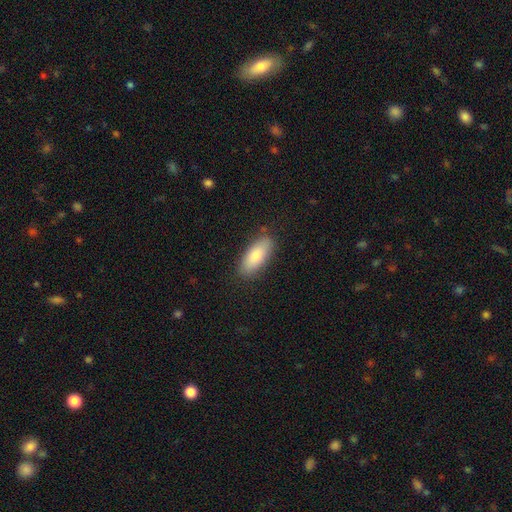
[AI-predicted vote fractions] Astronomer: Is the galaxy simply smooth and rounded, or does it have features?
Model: smooth — 82%.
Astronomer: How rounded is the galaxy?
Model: in between — 80%.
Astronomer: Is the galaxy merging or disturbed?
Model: none — 85%.